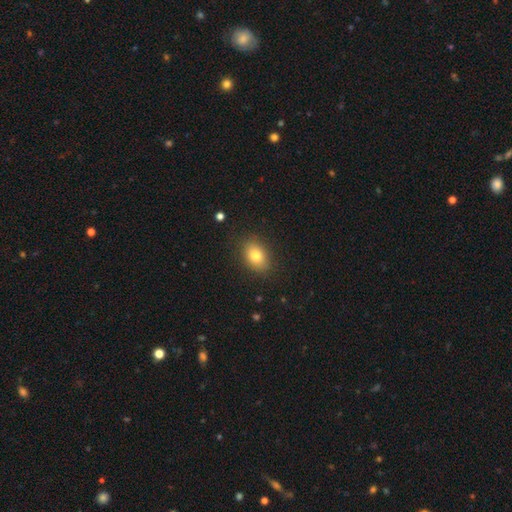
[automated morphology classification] A smooth galaxy with no disk features (80%) that is in between round and cigar-shaped (77%).

Vote fractions:
- Smooth or featured? smooth: 80% / featured or disk: 10% / star or artifact: 9%
- How rounded? in between: 77% / round: 22% / cigar-shaped: 1%
- Merging? none: 85% / minor disturbance: 11% / major disturbance: 3% / merger: 1%